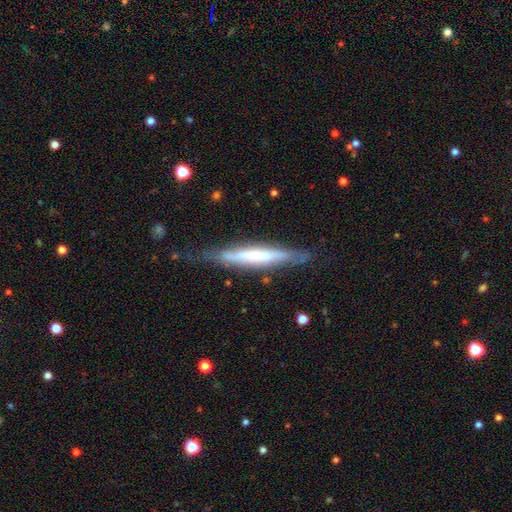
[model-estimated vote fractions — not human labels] A featured or disk galaxy (55%) viewed edge-on (86%).

Vote fractions:
- Smooth or featured? featured or disk: 55% / smooth: 39% / star or artifact: 6%
- Edge-on disk? yes: 86% / no: 14%
- Merging? none: 72% / minor disturbance: 21% / major disturbance: 5% / merger: 2%